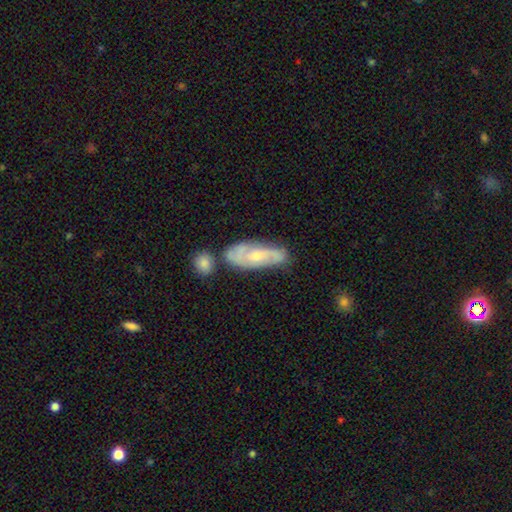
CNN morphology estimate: type=featured or disk (64%); edge-on=no (87%); bar=no (58%); spiral arms=yes (87%); bulge=moderate (47%); merging=none (57%).